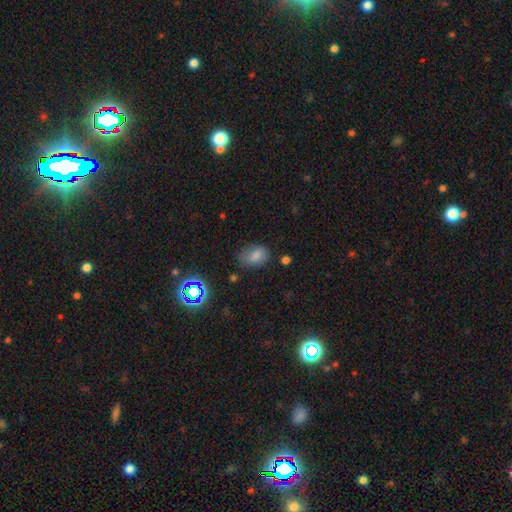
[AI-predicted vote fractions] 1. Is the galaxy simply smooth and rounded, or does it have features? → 77% smooth, 14% star or artifact, 9% featured or disk.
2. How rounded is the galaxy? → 80% in between, 19% round, 1% cigar-shaped.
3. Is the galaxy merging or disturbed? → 65% none, 24% minor disturbance, 8% major disturbance, 3% merger.